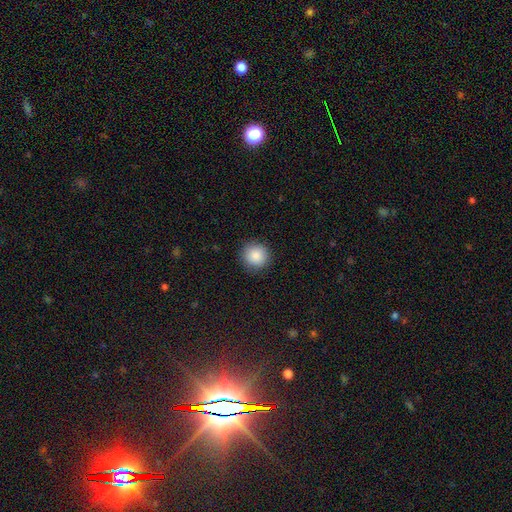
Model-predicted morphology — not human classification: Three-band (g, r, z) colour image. It shows a smooth galaxy with no disk features (88%) that is round (94%). Merging: none (91%).